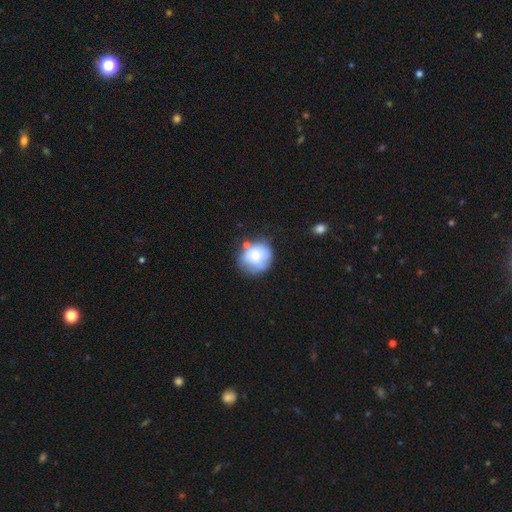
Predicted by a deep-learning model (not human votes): Smooth or featured?
  - smooth: 62% *
  - featured or disk: 29%
  - star or artifact: 9%
How rounded?
  - round: 78% *
  - in between: 21%
  - cigar-shaped: 1%
Merging?
  - none: 53% *
  - minor disturbance: 26%
  - major disturbance: 11%
  - merger: 10%